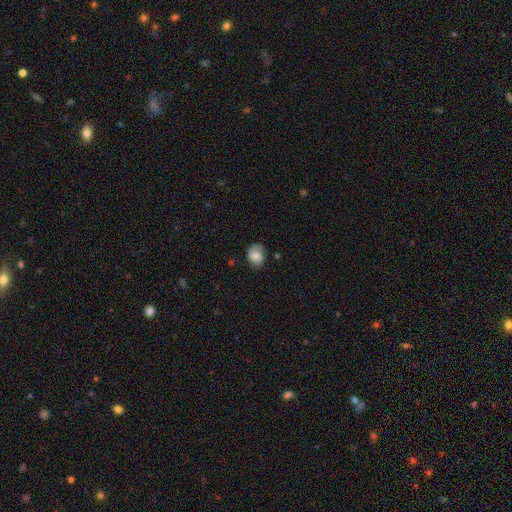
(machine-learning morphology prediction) This is likely a smooth galaxy (66%). How rounded: possibly round (52%). Merging: likely none (69%).